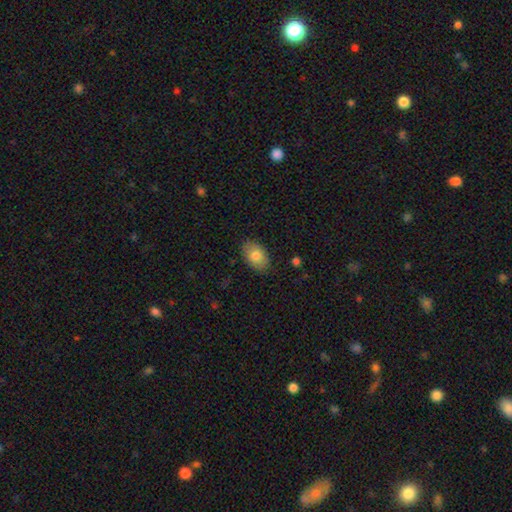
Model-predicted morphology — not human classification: smooth 79%, featured or disk 14%, star or artifact 7%. Down the decision tree: how rounded — in between (87%); merging — none (85%).